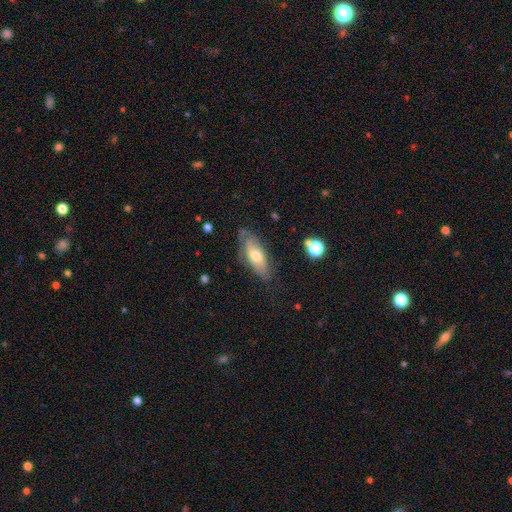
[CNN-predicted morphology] Overall: featured or disk (52%; smooth 41%). Edge-on disk: no (73%). Merging: none (64%; minor disturbance 25%).